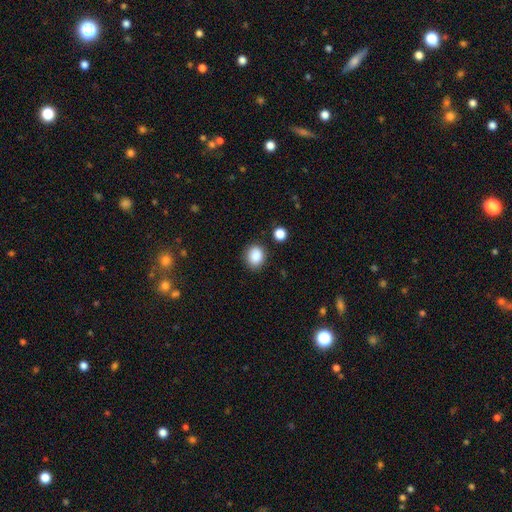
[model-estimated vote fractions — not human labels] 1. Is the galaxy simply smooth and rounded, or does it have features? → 87% smooth, 9% star or artifact, 3% featured or disk.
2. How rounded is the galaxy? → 64% round, 35% in between, 1% cigar-shaped.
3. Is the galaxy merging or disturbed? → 83% none, 11% minor disturbance, 3% major disturbance, 3% merger.